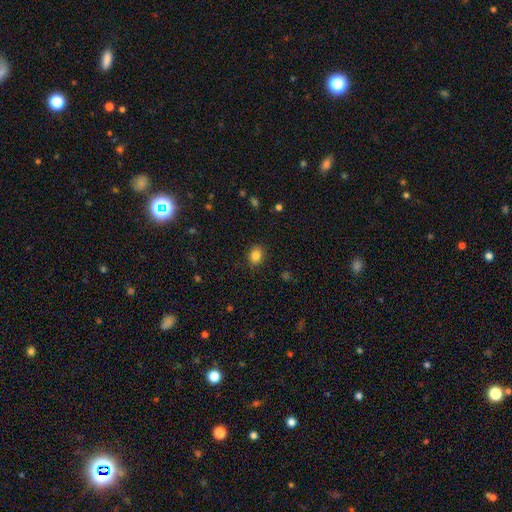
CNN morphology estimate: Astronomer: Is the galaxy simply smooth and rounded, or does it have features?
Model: smooth — 83%.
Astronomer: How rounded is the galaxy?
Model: in between — 57% (runner-up: round, 41%).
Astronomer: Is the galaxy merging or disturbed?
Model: none — 87%.